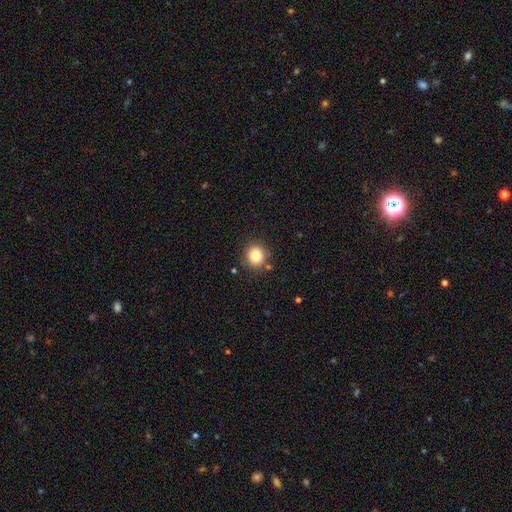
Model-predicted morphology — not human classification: Overall: smooth (83%). How rounded: round (87%). Merging: none (84%).